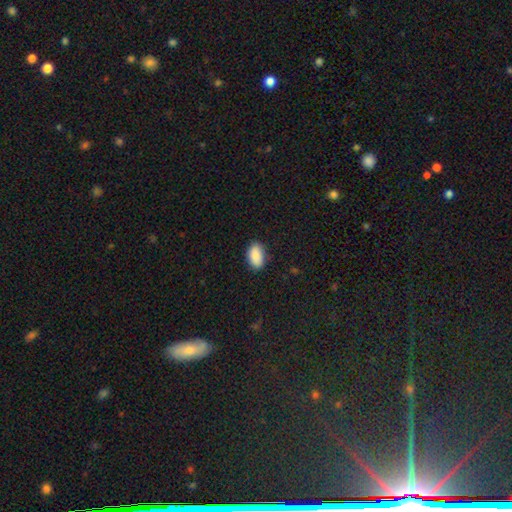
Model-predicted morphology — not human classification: smooth-or-featured: smooth: 90% | star or artifact: 7% | featured or disk: 3%
  how-rounded: in between: 92% | round: 6% | cigar-shaped: 2%
  merging: none: 84% | minor disturbance: 12% | major disturbance: 2% | merger: 1%